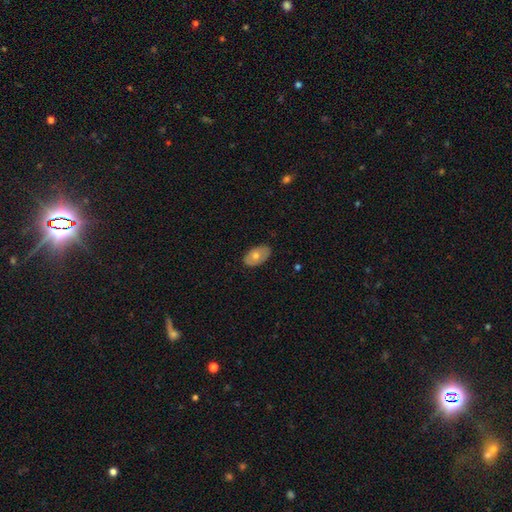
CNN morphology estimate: smooth_or_featured: smooth (p=0.59) [alt: featured or disk p=0.34]
how_rounded: in between (p=0.92) [alt: round p=0.07]
merging: none (p=0.85) [alt: minor disturbance p=0.12]